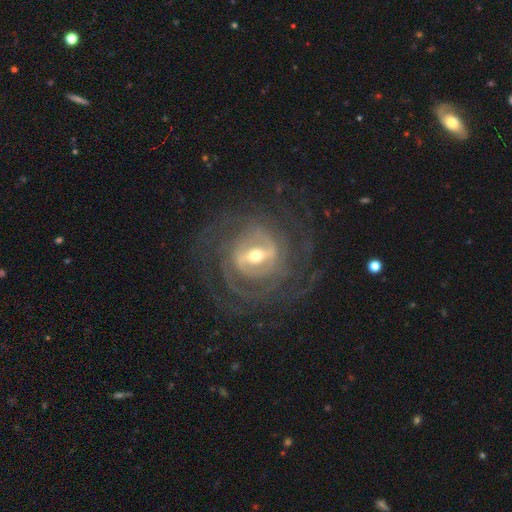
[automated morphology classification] This appears to be a featured or disk galaxy (91%) with a strong bar (62%), can't tell (26%, tied with 2) tight (60%) spiral arms (95%) and a moderate central bulge (55%). Merging: none (75%).